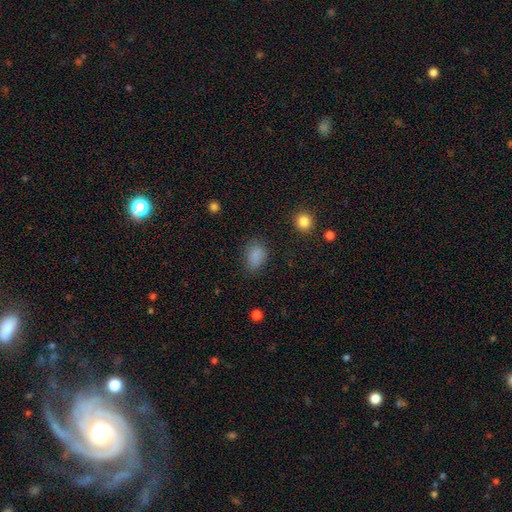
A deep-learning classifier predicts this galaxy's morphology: A smooth galaxy with no disk features (84%) that is in between round and cigar-shaped (73%).

Vote fractions:
- Smooth or featured? smooth: 84% / star or artifact: 11% / featured or disk: 5%
- How rounded? in between: 73% / round: 26% / cigar-shaped: 1%
- Merging? none: 73% / minor disturbance: 19% / major disturbance: 6% / merger: 2%